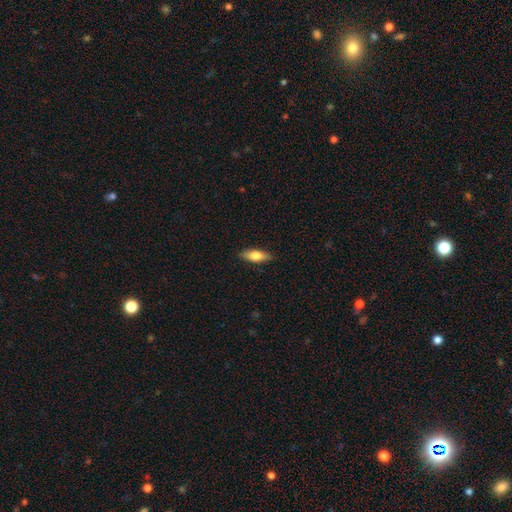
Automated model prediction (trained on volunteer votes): This appears to be a smooth galaxy with no disk features (68%) that is in between round and cigar-shaped (56%). Merging: none (88%).